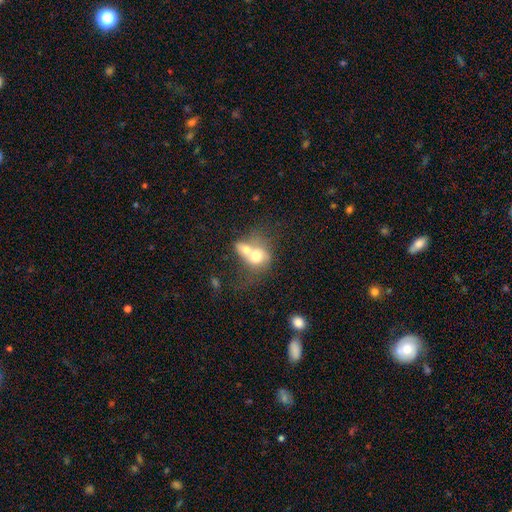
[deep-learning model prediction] Overall: smooth (62%; featured or disk 29%). How rounded: round (54%; in between 44%). Merging: merger (75%).